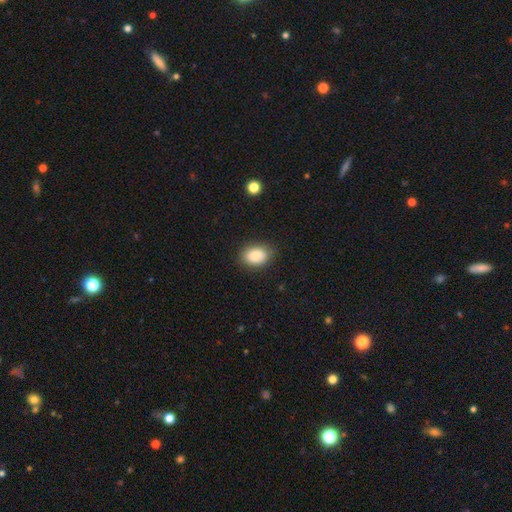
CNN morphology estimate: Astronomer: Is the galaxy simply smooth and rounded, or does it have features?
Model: smooth — 85%.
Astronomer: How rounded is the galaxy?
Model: in between — 72%.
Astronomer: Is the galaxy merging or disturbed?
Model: none — 84%.